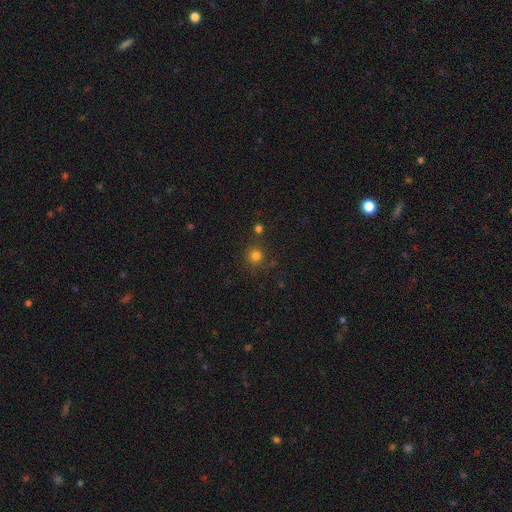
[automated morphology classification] This appears to be a smooth galaxy with no disk features (78%) that is round (92%). Merging: none (79%).